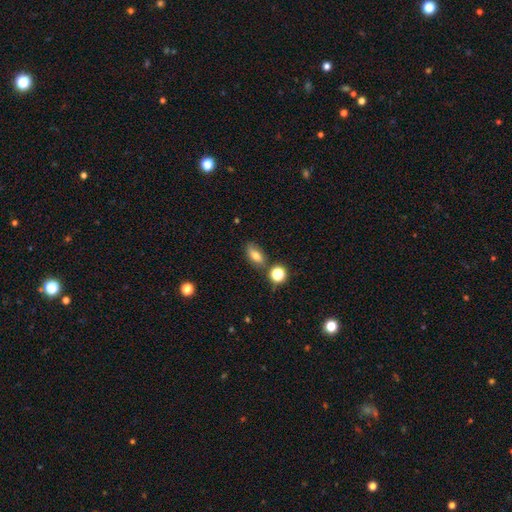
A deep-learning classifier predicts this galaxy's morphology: This appears to be a smooth galaxy with no disk features (72%) that is in between round and cigar-shaped (78%). Merging: none (72%).